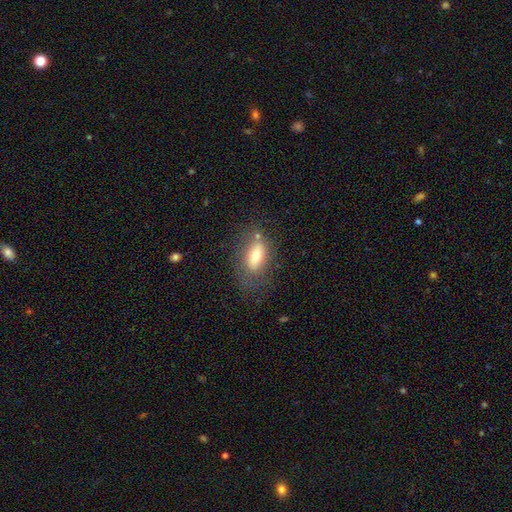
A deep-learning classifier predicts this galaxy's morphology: type=smooth (69%); roundness=in between (85%); merging=none (65%).